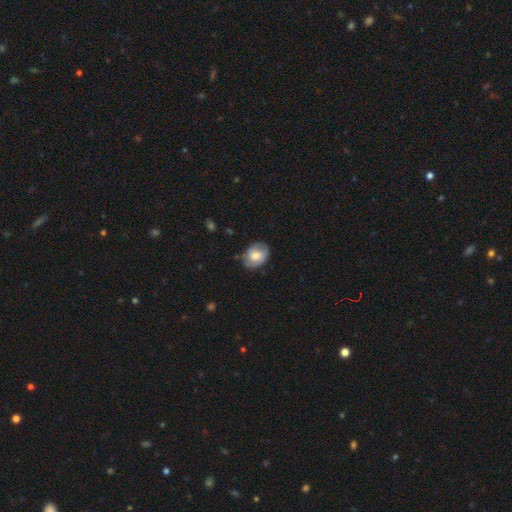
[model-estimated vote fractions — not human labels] This appears to be a smooth galaxy with no disk features (59%) that is in between round and cigar-shaped (58%). Merging: none (72%).